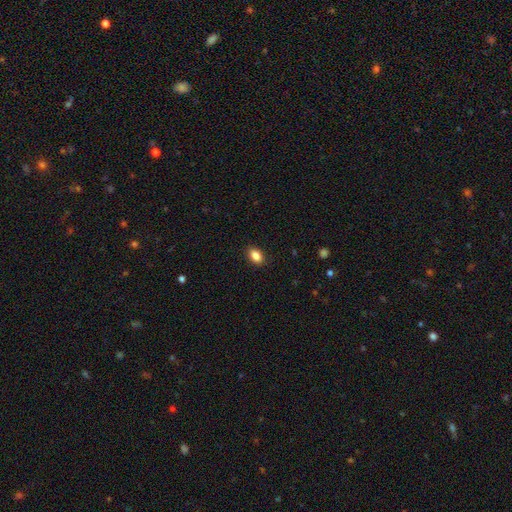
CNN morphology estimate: Smooth or featured: smooth — 88% (star or artifact — 8%)
How rounded: in between — 87% (round — 11%)
Merging: none — 89% (minor disturbance — 8%)